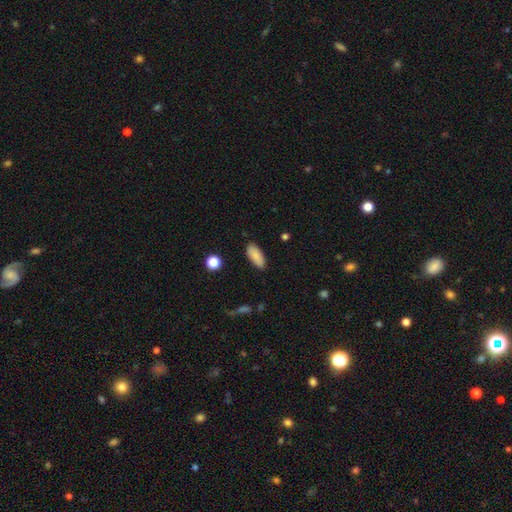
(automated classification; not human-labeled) Smooth or featured? smooth (87%)
How rounded? in between (84%)
Merging? none (87%)